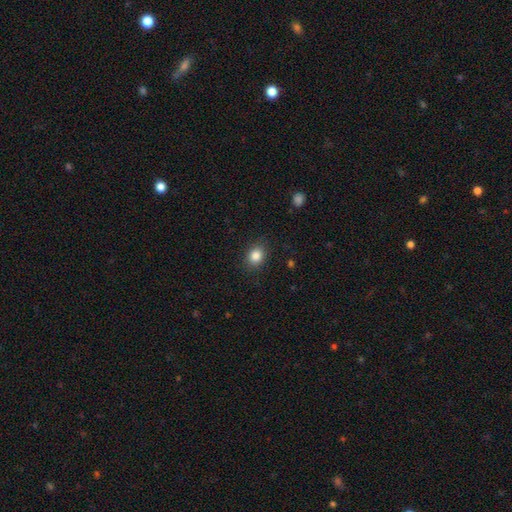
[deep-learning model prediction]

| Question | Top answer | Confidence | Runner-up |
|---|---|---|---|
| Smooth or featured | smooth | 85% | star or artifact (10%) |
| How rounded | round | 50% | in between (49%) |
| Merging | none | 86% | minor disturbance (10%) |